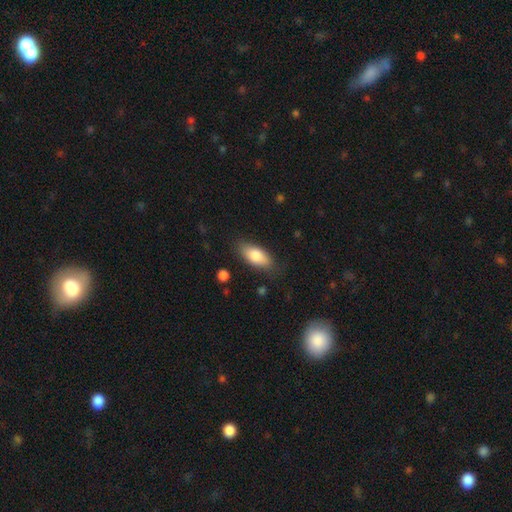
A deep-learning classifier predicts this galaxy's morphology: Smooth or featured? smooth (80%)
How rounded? in between (85%)
Merging? none (81%)